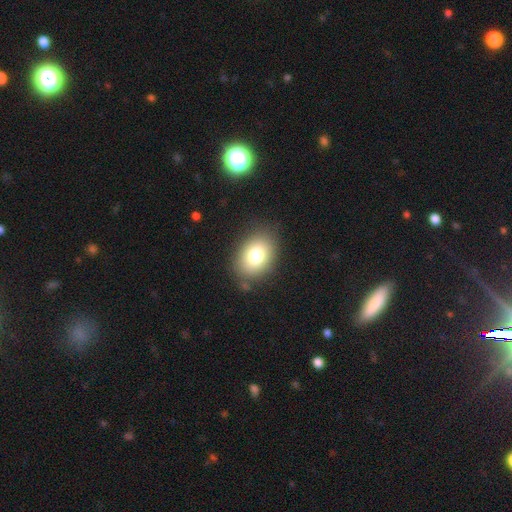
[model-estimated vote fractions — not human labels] smooth_or_featured: smooth (p=0.77) [alt: featured or disk p=0.13]
how_rounded: in between (p=0.70) [alt: round p=0.29]
merging: none (p=0.81) [alt: minor disturbance p=0.13]